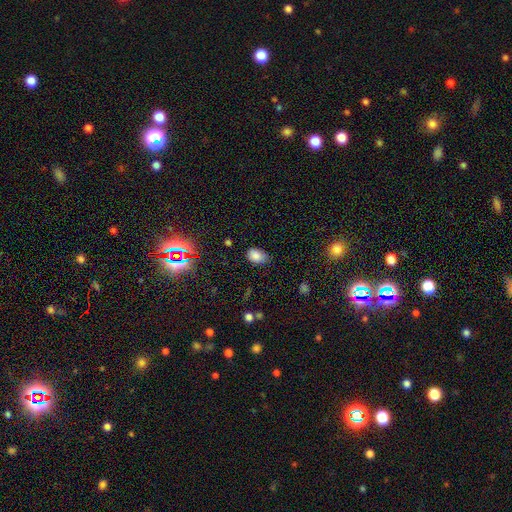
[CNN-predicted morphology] Smooth or featured?
  - smooth: 79% *
  - star or artifact: 14%
  - featured or disk: 7%
How rounded?
  - in between: 82% *
  - round: 17%
  - cigar-shaped: 1%
Merging?
  - none: 66% *
  - minor disturbance: 26%
  - major disturbance: 5%
  - merger: 2%